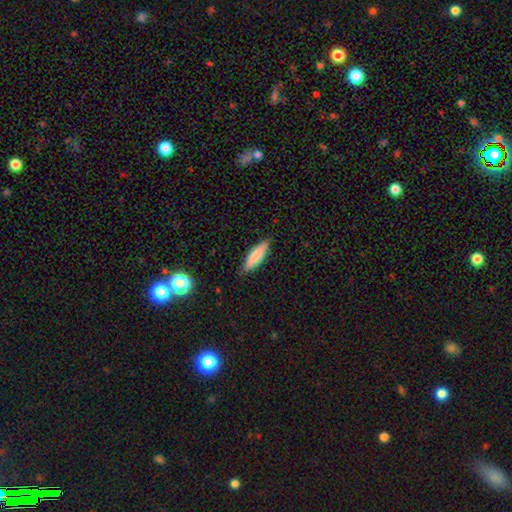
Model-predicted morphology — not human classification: Smooth or featured? Predicted: smooth (p=0.75). How rounded? Predicted: cigar-shaped (p=0.68). Merging? Predicted: none (p=0.85).